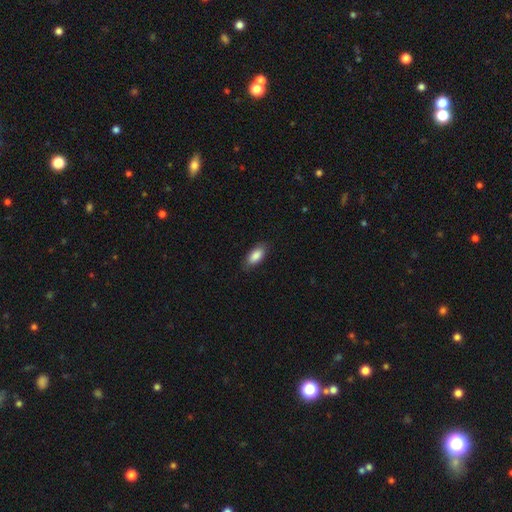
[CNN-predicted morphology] smooth_or_featured: smooth (p=0.87) [alt: featured or disk p=0.07]
how_rounded: in between (p=0.90) [alt: cigar-shaped p=0.08]
merging: none (p=0.83) [alt: minor disturbance p=0.14]